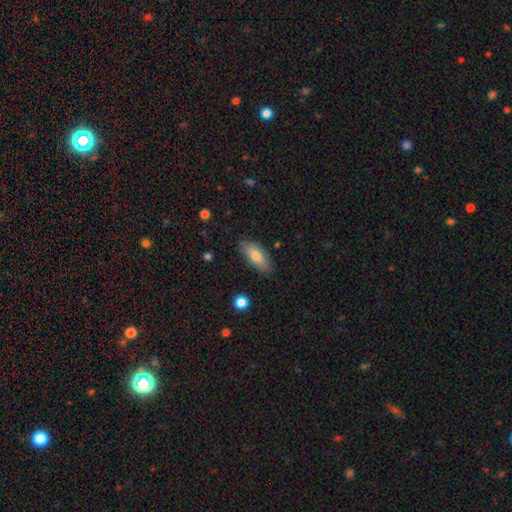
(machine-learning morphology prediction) Smooth or featured? Predicted: smooth (p=0.72). How rounded? Predicted: in between (p=0.77). Merging? Predicted: none (p=0.85).